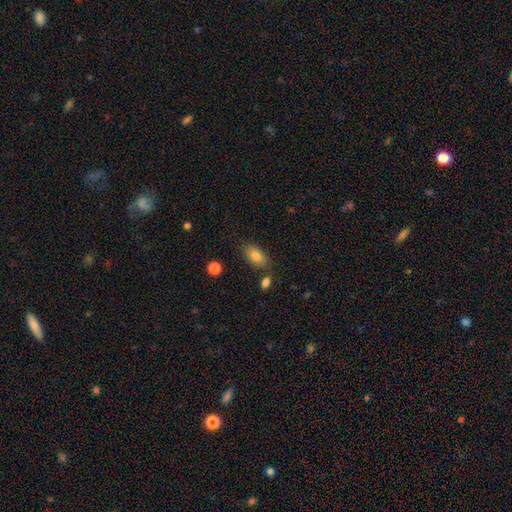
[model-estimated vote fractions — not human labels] smooth-or-featured: smooth: 84% | star or artifact: 8% | featured or disk: 8%
  how-rounded: in between: 90% | round: 6% | cigar-shaped: 5%
  merging: none: 78% | minor disturbance: 13% | merger: 5% | major disturbance: 3%